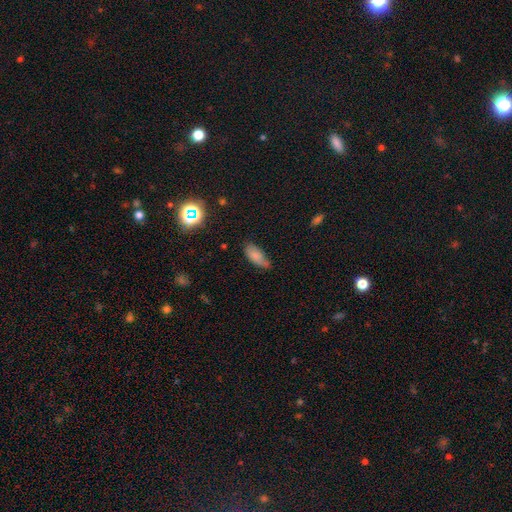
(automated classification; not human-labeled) Smooth or featured? Predicted: smooth (p=0.76). How rounded? Predicted: in between (p=0.87). Merging? Predicted: none (p=0.52).